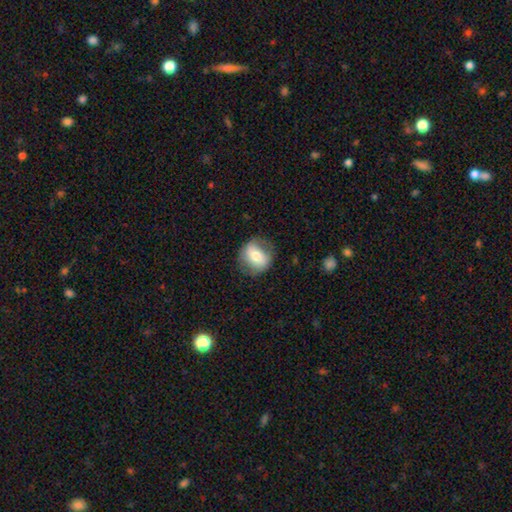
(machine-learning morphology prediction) Q: Smooth or featured?
A: smooth (59%); runner-up: featured or disk (34%)
Q: How rounded?
A: round (65%); runner-up: in between (34%)
Q: Merging?
A: none (75%); runner-up: minor disturbance (17%)